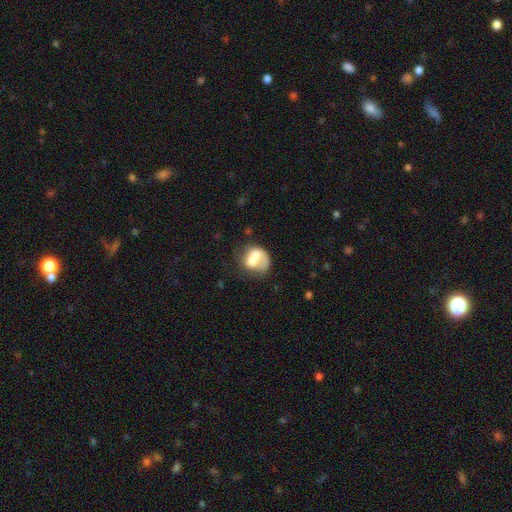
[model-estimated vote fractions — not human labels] Smooth or featured: smooth — 52% (featured or disk — 39%)
How rounded: round — 51% (in between — 48%)
Merging: merger — 52% (none — 22%)